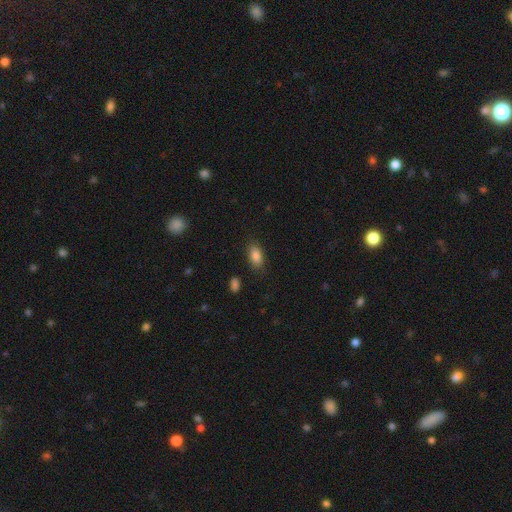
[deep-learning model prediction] Smooth or featured: smooth — 85% (star or artifact — 8%)
How rounded: in between — 89% (cigar-shaped — 5%)
Merging: none — 84% (minor disturbance — 12%)